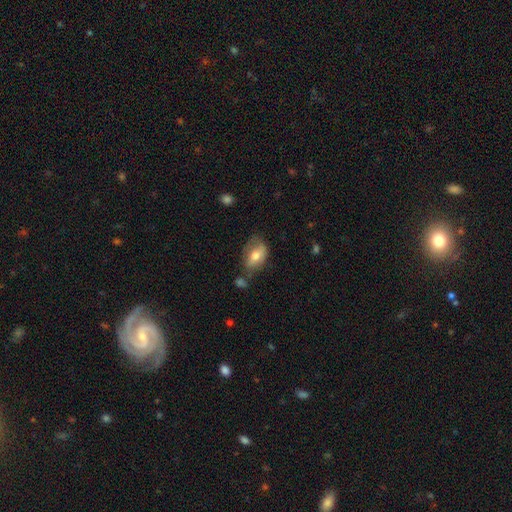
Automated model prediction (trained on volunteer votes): Overall: smooth (67%). How rounded: in between (88%). Merging: none (53%; minor disturbance 29%).